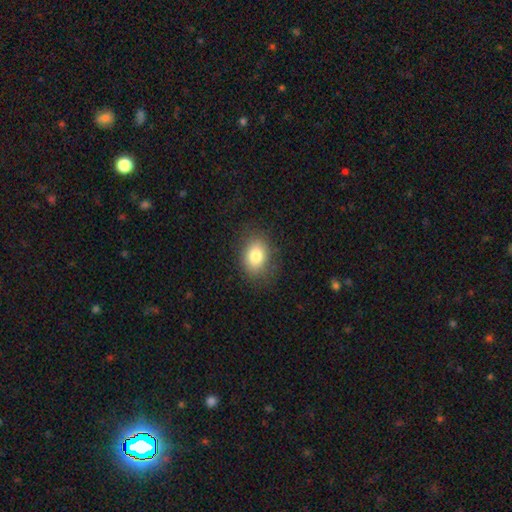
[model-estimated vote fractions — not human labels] Overall: smooth (81%). How rounded: in between (71%). Merging: none (82%).